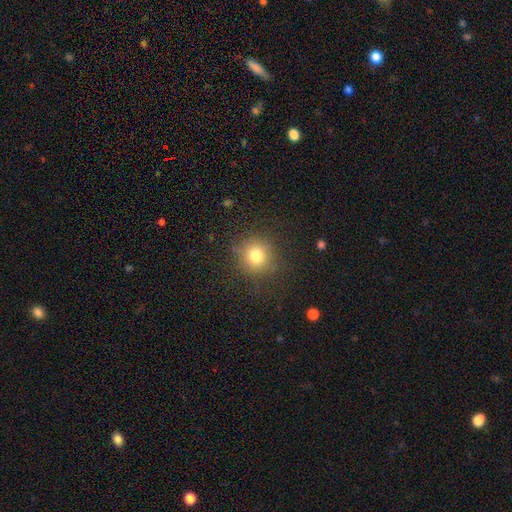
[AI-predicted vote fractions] Morphology: type=smooth (77%); roundness=round (92%); merging=none (85%).